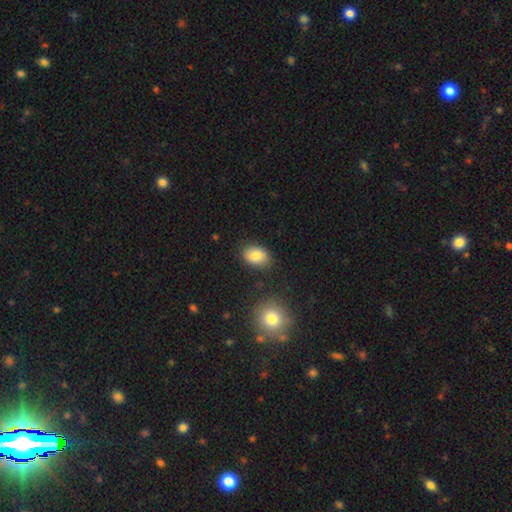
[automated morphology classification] Smooth or featured? Predicted: smooth (p=0.84). How rounded? Predicted: in between (p=0.81). Merging? Predicted: none (p=0.82).